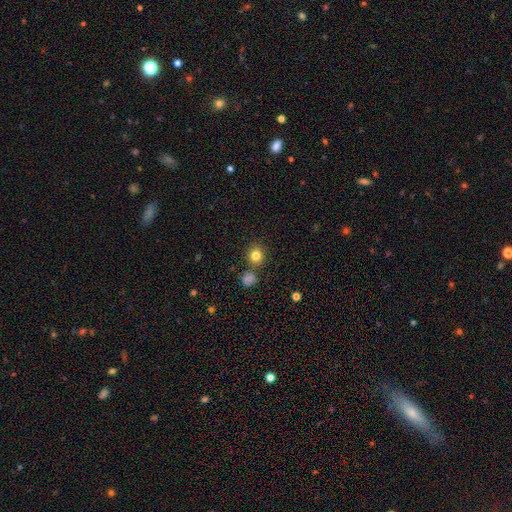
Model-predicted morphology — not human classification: Overall: smooth (82%). How rounded: round (88%). Merging: none (80%).